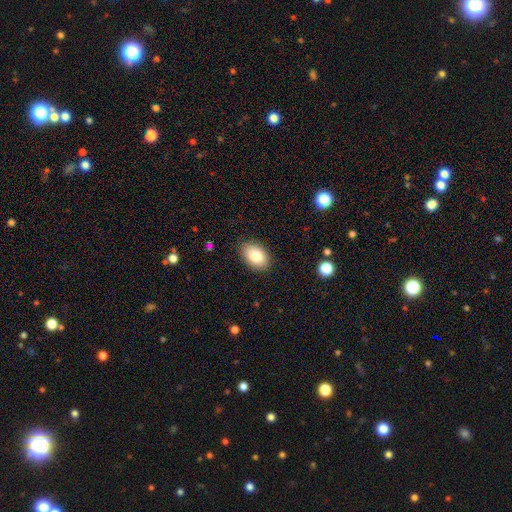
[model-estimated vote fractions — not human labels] Overall: smooth (83%). How rounded: in between (85%). Merging: none (87%).